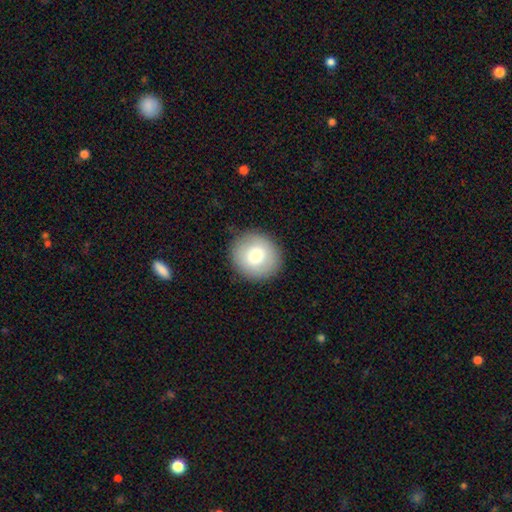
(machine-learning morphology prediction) Smooth or featured? Predicted: smooth (p=0.75). How rounded? Predicted: round (p=0.91). Merging? Predicted: none (p=0.89).